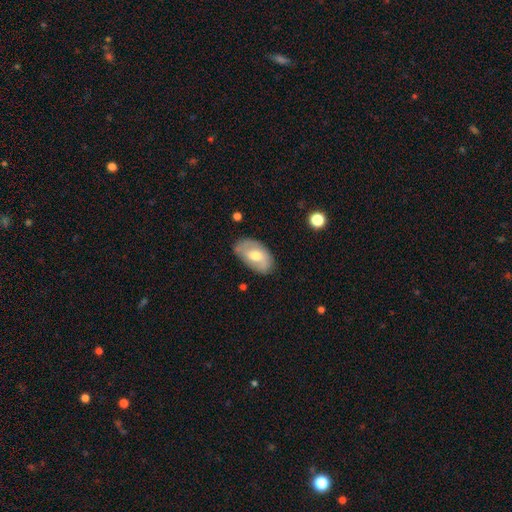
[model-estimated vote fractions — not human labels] Overall: smooth (55%; featured or disk 39%). How rounded: in between (92%). Merging: none (71%).